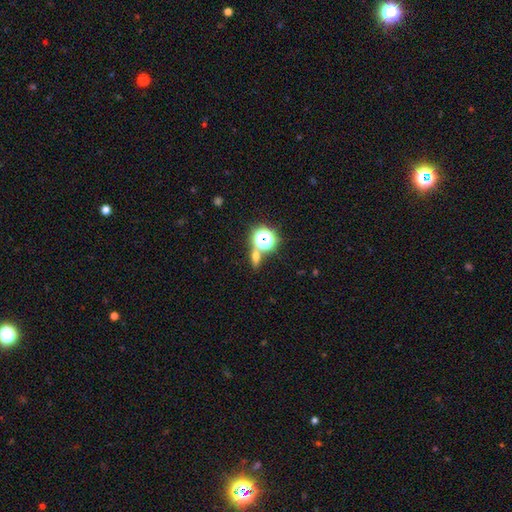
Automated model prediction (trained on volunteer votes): smooth_or_featured: smooth (p=0.49) [alt: star or artifact p=0.35]
merging: none (p=0.70) [alt: merger p=0.16]